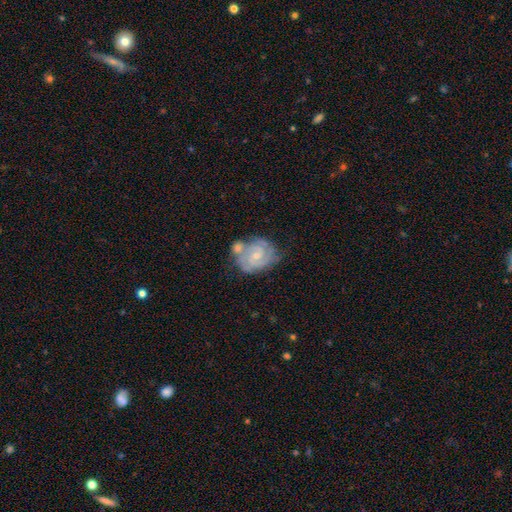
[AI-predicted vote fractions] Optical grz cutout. It shows a featured or disk galaxy (84%) with no bar (51%), 2 (59%) tight (65%) spiral arms (96%) and a small central bulge (61%). Merging: none (45%).